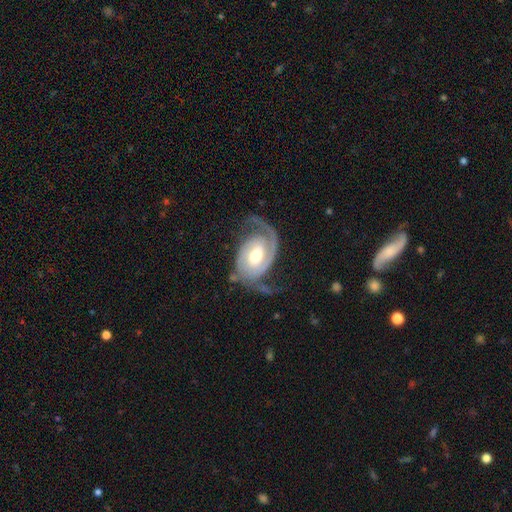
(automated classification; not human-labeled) A featured or disk galaxy (88%) with no bar (42%), 2 (75%) medium (43%) spiral arms (96%) and a moderate central bulge (70%).

Vote fractions:
- Smooth or featured? featured or disk: 88% / smooth: 8% / star or artifact: 4%
- Edge-on disk? no: 97% / yes: 3%
- Bar? no: 42% / weak: 41% / strong: 17%
- Spiral arms? yes: 96% / no: 4%
- Spiral winding? medium: 43% / tight: 38% / loose: 19%
- Spiral arm count? 2: 75% / 1: 15% / can't tell: 5% / 3: 2% / 4: 1% / more than 4: 1%
- Bulge size? moderate: 70% / small: 14% / large: 14% / dominant: 1% / none: 1%
- Merging? none: 56% / minor disturbance: 21% / major disturbance: 20% / merger: 3%